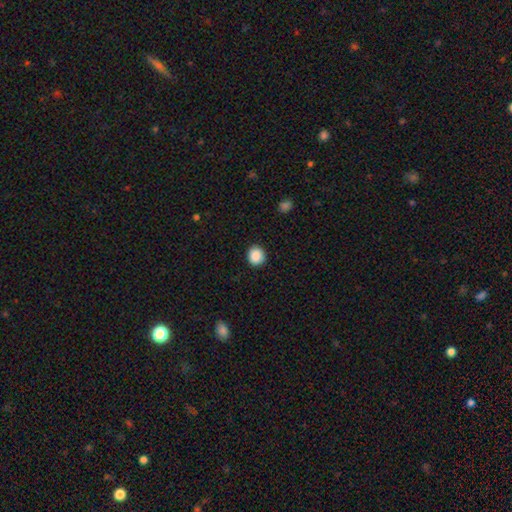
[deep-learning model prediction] smooth-or-featured: smooth: 89% | star or artifact: 9% | featured or disk: 3%
  how-rounded: round: 85% | in between: 14% | cigar-shaped: 1%
  merging: none: 89% | minor disturbance: 8% | major disturbance: 2% | merger: 1%